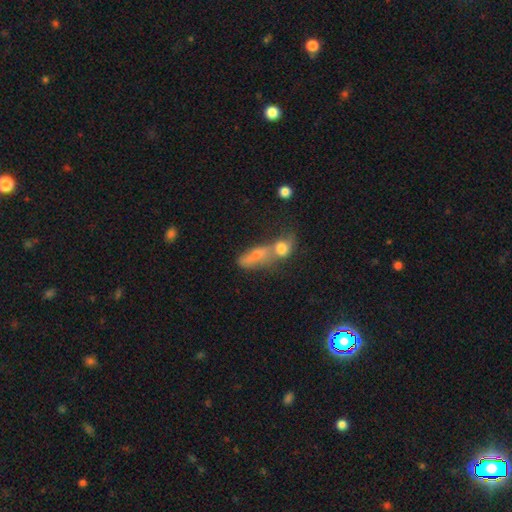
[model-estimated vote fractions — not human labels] This appears to be a smooth galaxy with no disk features (69%) that is in between round and cigar-shaped (53%). Merging: merger (62%).